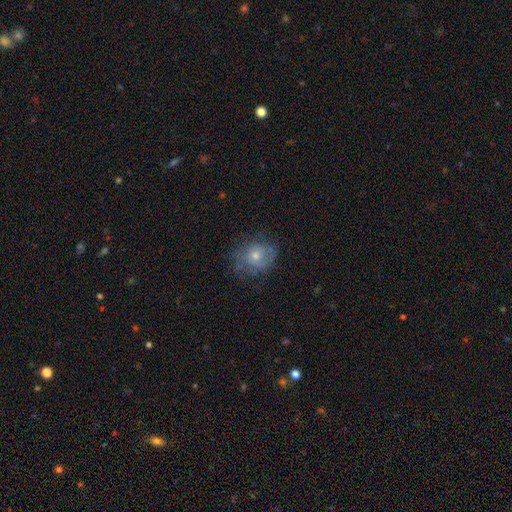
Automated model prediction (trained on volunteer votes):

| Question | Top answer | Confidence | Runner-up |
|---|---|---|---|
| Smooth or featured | featured or disk | 51% | smooth (36%) |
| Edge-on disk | no | 96% | yes (4%) |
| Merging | none | 71% | minor disturbance (19%) |